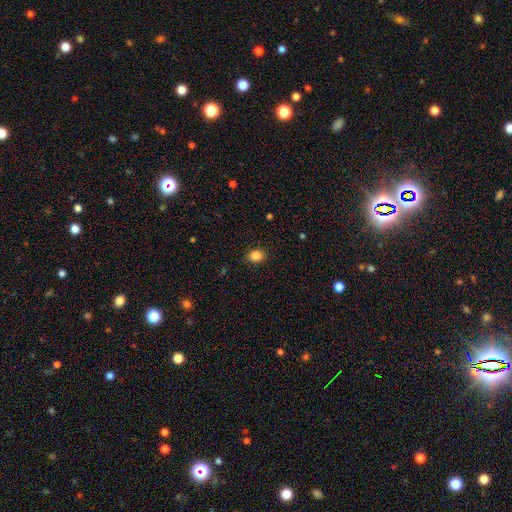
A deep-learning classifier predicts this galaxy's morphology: Smooth or featured? Predicted: smooth (p=0.87). How rounded? Predicted: round (p=0.55). Merging? Predicted: none (p=0.90).